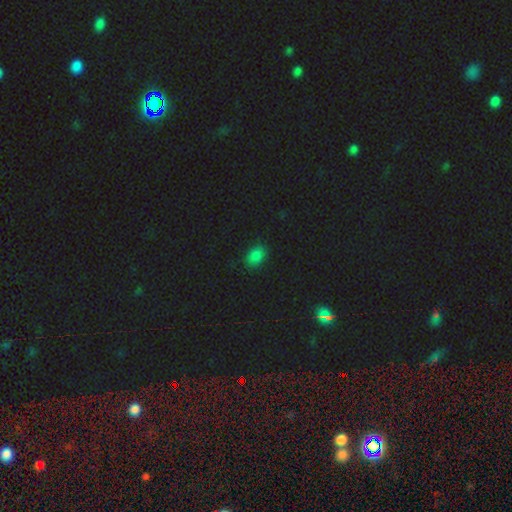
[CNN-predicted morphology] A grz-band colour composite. It shows a smooth galaxy with no disk features (78%) that is in between round and cigar-shaped (75%). Merging: none (84%).